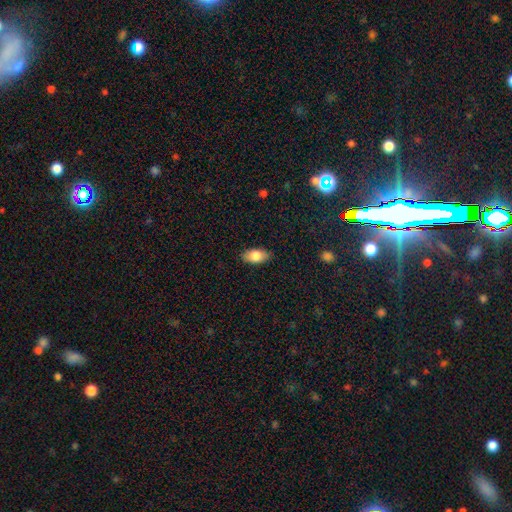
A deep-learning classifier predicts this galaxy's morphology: Smooth or featured? smooth (81%)
How rounded? in between (91%)
Merging? none (86%)